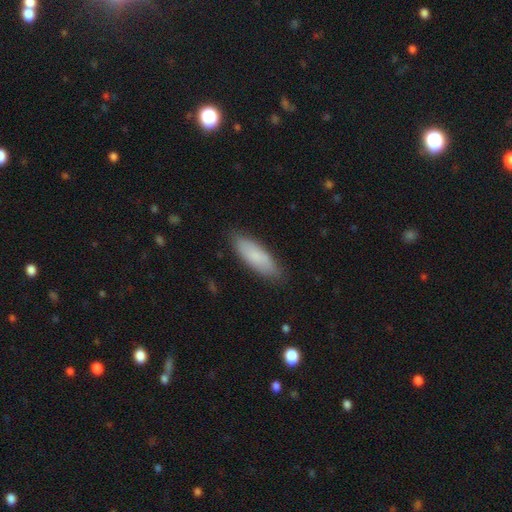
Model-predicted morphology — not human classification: Smooth or featured? smooth (82%)
How rounded? in between (58%)
Merging? none (85%)